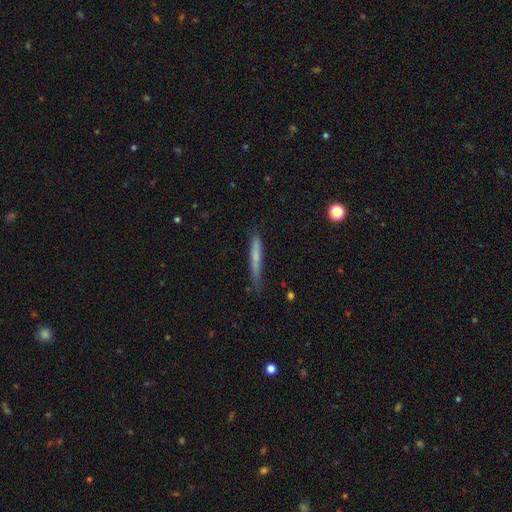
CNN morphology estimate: Smooth or featured? Predicted: smooth (p=0.67). How rounded? Predicted: cigar-shaped (p=0.95). Merging? Predicted: none (p=0.73).